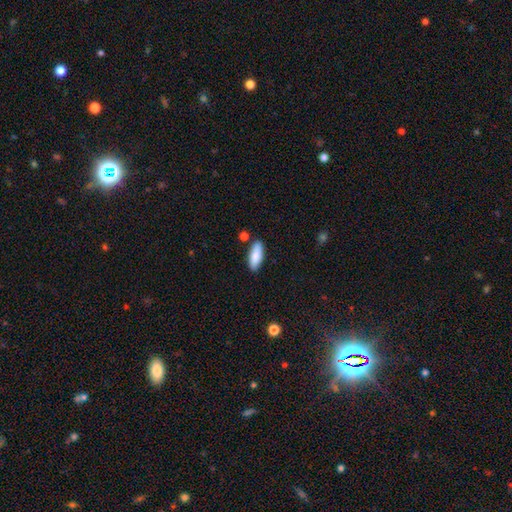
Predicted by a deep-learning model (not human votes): smooth_or_featured: smooth (p=0.86) [alt: featured or disk p=0.08]
how_rounded: in between (p=0.73) [alt: cigar-shaped p=0.26]
merging: none (p=0.83) [alt: minor disturbance p=0.11]